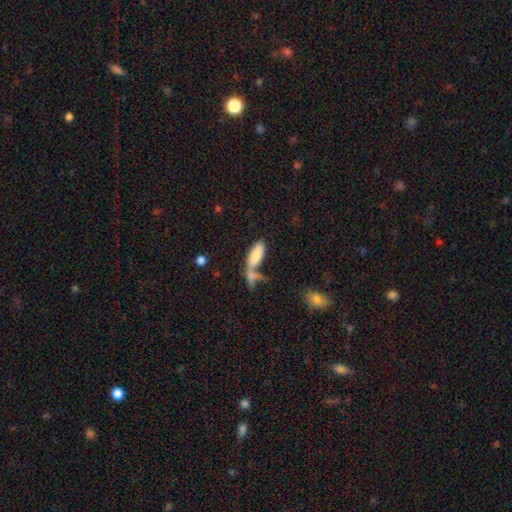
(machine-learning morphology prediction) This appears to be a smooth galaxy with no disk features (77%) that is in between round and cigar-shaped (79%). Merging: merger (49%).